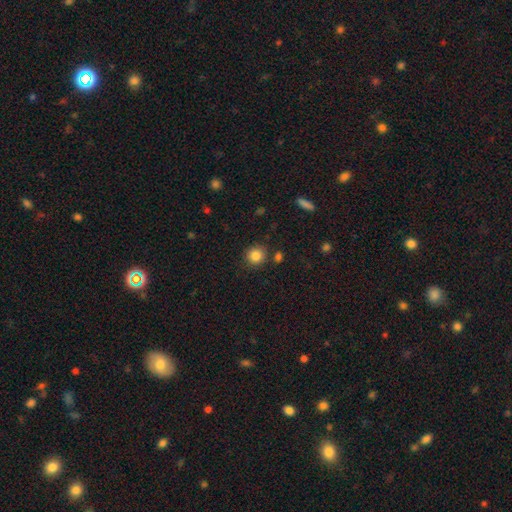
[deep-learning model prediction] Overall: smooth (84%). How rounded: round (91%). Merging: none (84%).